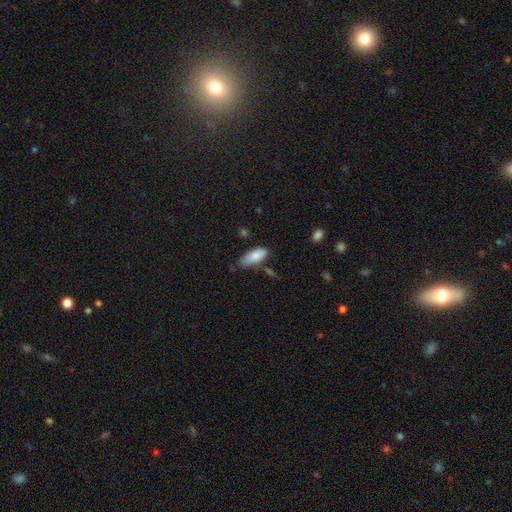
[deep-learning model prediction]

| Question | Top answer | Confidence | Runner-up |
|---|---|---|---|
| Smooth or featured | smooth | 82% | featured or disk (11%) |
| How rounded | in between | 82% | cigar-shaped (16%) |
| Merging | none | 57% | minor disturbance (30%) |